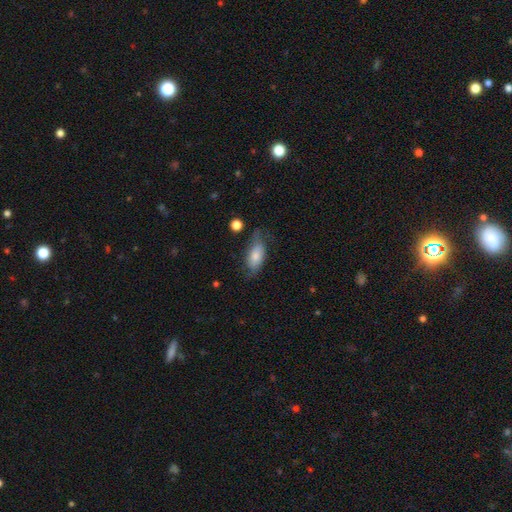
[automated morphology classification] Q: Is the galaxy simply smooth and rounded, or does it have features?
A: smooth — 66%.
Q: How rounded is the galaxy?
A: in between — 87%.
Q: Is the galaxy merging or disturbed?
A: none — 52%.